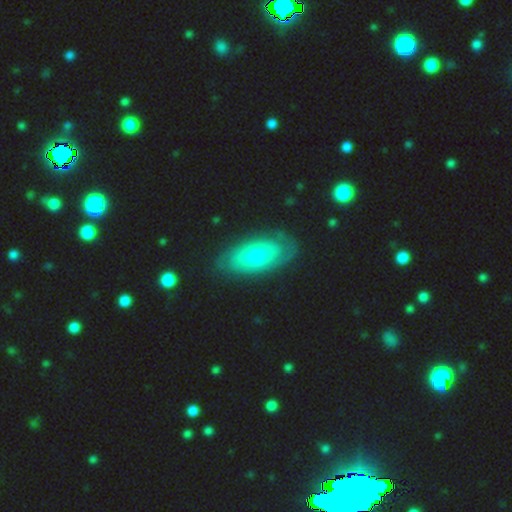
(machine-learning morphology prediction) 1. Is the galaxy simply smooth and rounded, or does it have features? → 55% featured or disk, 38% smooth, 6% star or artifact.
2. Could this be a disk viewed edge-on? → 88% no, 12% yes.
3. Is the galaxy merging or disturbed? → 76% none, 16% minor disturbance, 6% major disturbance, 2% merger.